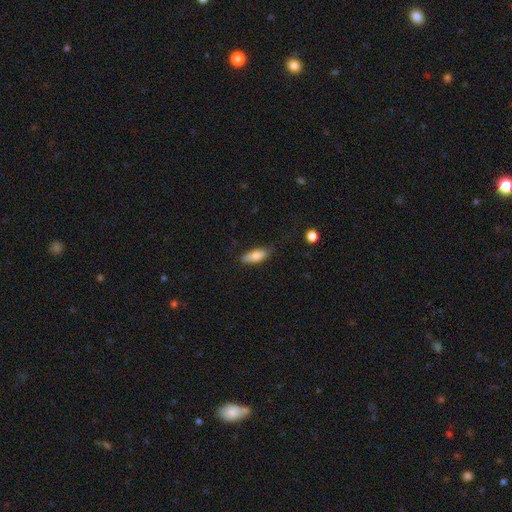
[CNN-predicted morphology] A smooth galaxy with no disk features (78%) that is in between round and cigar-shaped (73%). Merging: none (76%).